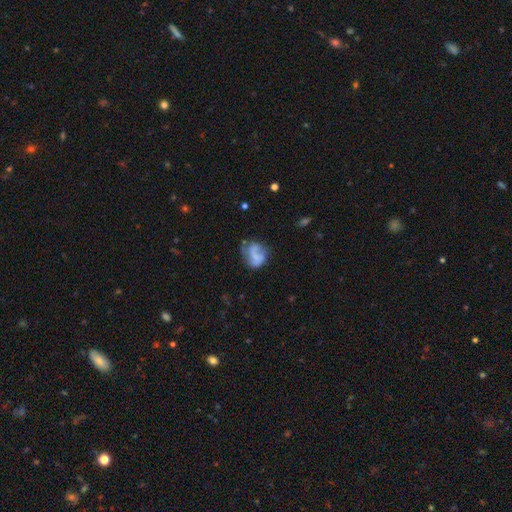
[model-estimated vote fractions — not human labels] Morphology: type=featured or disk (48%); merging=none (47%).